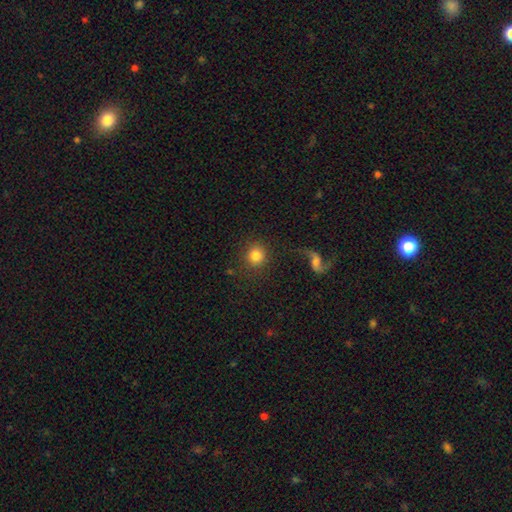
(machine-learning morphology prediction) Smooth or featured: smooth — 83% (star or artifact — 9%)
How rounded: round — 90% (in between — 9%)
Merging: none — 81% (minor disturbance — 8%)